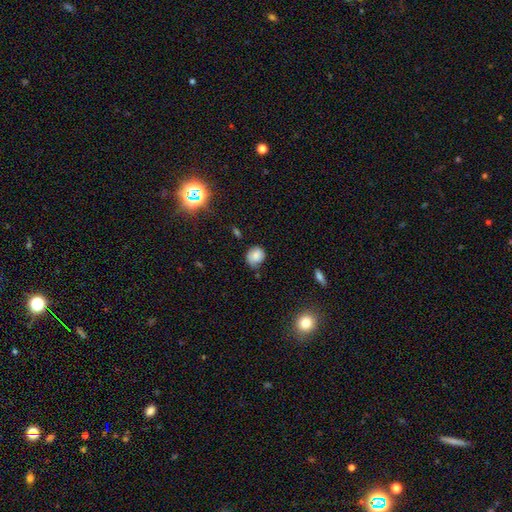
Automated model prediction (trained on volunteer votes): smooth 78%, featured or disk 11%, star or artifact 11%. Down the decision tree: how rounded — round (75%); merging — none (63%).